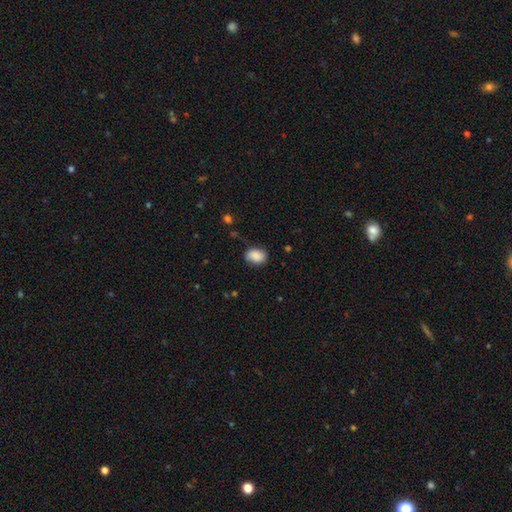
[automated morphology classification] This appears to be a smooth galaxy with no disk features (87%) that is in between round and cigar-shaped (73%). Merging: none (71%).